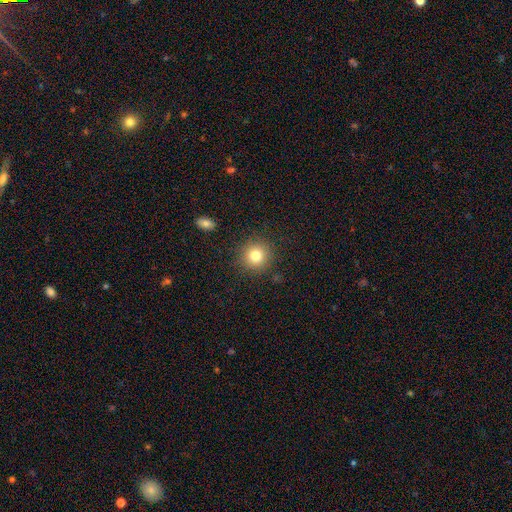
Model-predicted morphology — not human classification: Smooth or featured?
  - smooth: 80% *
  - star or artifact: 12%
  - featured or disk: 8%
How rounded?
  - round: 93% *
  - in between: 6%
  - cigar-shaped: 1%
Merging?
  - none: 89% *
  - minor disturbance: 7%
  - major disturbance: 3%
  - merger: 2%